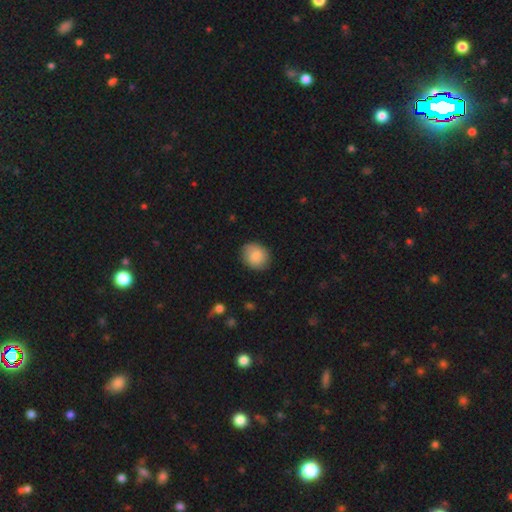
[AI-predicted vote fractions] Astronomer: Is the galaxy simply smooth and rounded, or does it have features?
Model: smooth — 85%.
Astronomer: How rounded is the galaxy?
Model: round — 70%.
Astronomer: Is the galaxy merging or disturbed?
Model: none — 82%.